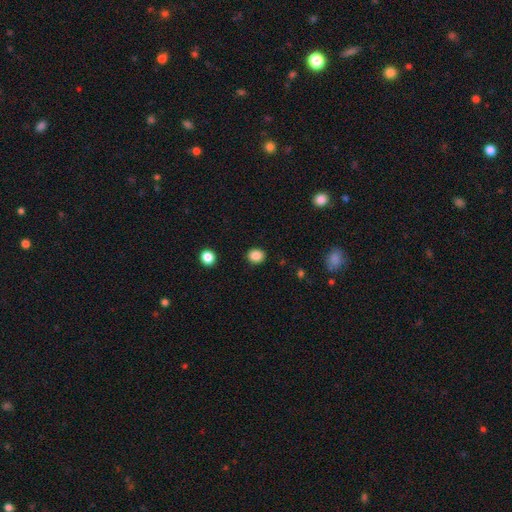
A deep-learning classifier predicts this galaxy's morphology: smooth-or-featured: smooth: 86% | star or artifact: 10% | featured or disk: 3%
  how-rounded: round: 72% | in between: 28% | cigar-shaped: 1%
  merging: none: 90% | minor disturbance: 7% | major disturbance: 2% | merger: 1%